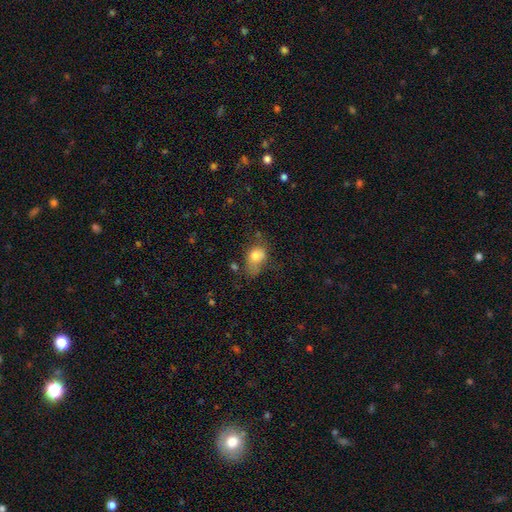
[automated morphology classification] smooth 73%, featured or disk 16%, star or artifact 10%. Down the decision tree: how rounded — in between (69%); merging — none (34%).